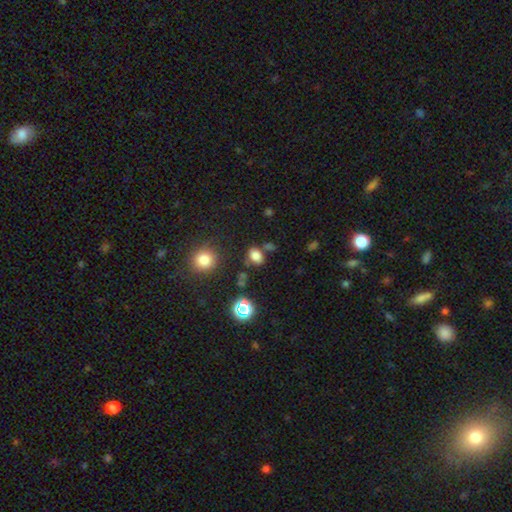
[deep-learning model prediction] Q: Smooth or featured?
A: smooth (77%); runner-up: star or artifact (17%)
Q: How rounded?
A: in between (69%); runner-up: round (29%)
Q: Merging?
A: none (71%); runner-up: minor disturbance (14%)